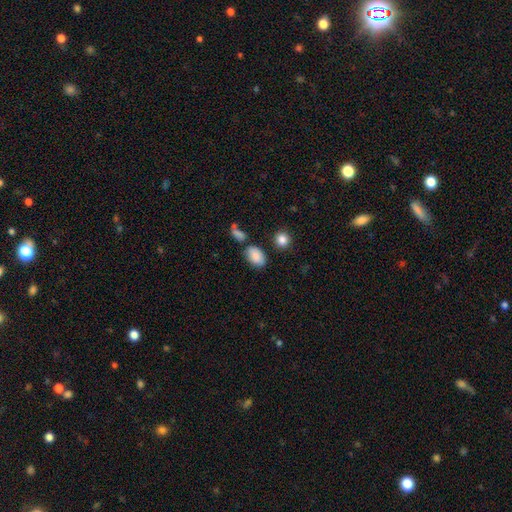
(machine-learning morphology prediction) Smooth or featured? Predicted: smooth (p=0.86). How rounded? Predicted: in between (p=0.90). Merging? Predicted: none (p=0.72).